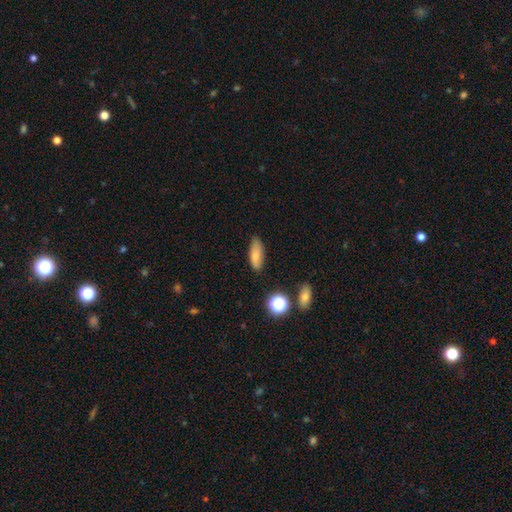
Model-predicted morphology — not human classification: Smooth or featured: smooth — 78% (featured or disk — 13%)
How rounded: in between — 73% (cigar-shaped — 24%)
Merging: none — 78% (minor disturbance — 17%)